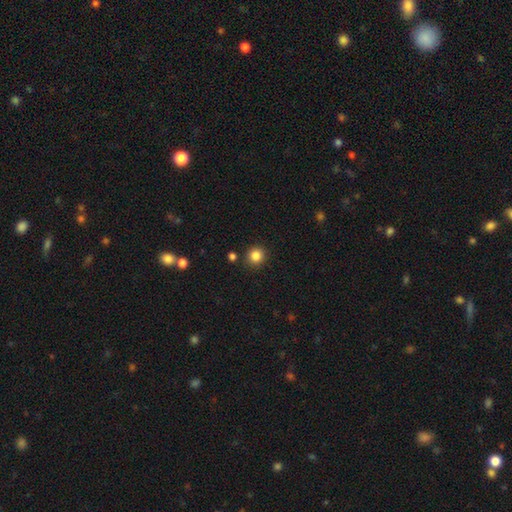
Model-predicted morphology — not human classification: The model was most divided on "smooth or featured": smooth: 85%, star or artifact: 11%, featured or disk: 4%. More confident: how rounded — round (91%); merging — none (88%).